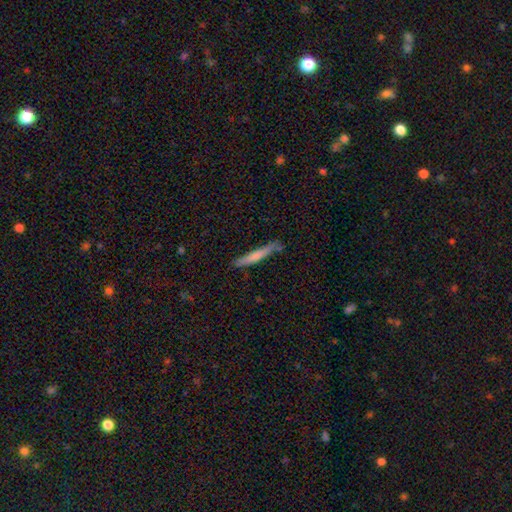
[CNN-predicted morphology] Smooth or featured? smooth (64%)
How rounded? cigar-shaped (95%)
Merging? none (77%)